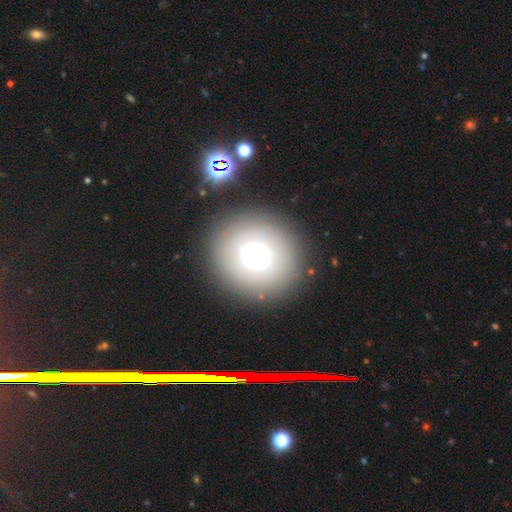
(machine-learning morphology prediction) Smooth or featured? Predicted: smooth (p=0.51). How rounded? Predicted: round (p=0.91). Merging? Predicted: none (p=0.85).